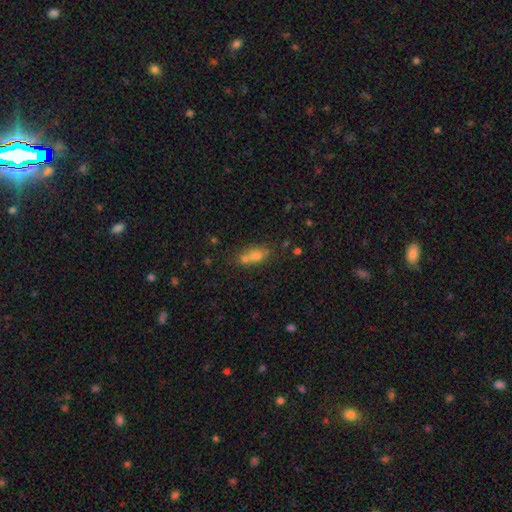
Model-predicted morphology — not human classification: type=smooth (65%); roundness=in between (64%); merging=merger (43%).